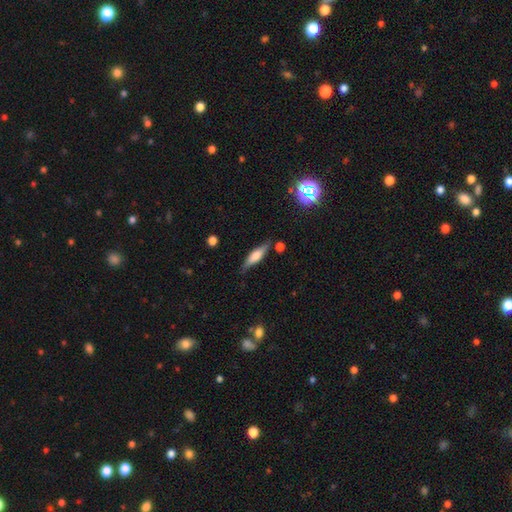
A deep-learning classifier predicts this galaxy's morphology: Smooth or featured? Predicted: smooth (p=0.53). How rounded? Predicted: cigar-shaped (p=0.63). Merging? Predicted: none (p=0.75).